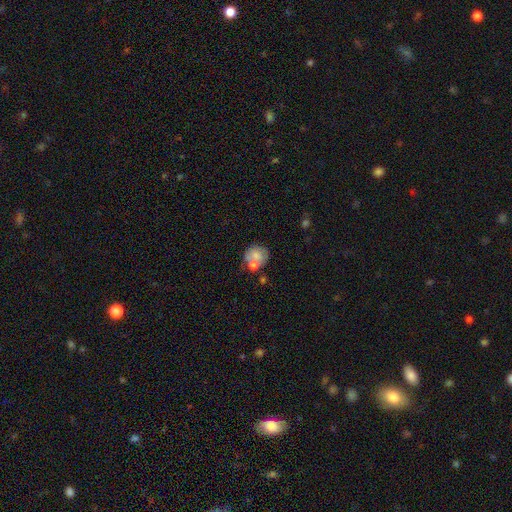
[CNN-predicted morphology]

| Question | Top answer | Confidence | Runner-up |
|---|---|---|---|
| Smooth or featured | smooth | 70% | featured or disk (21%) |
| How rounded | round | 75% | in between (24%) |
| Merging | none | 47% | merger (28%) |